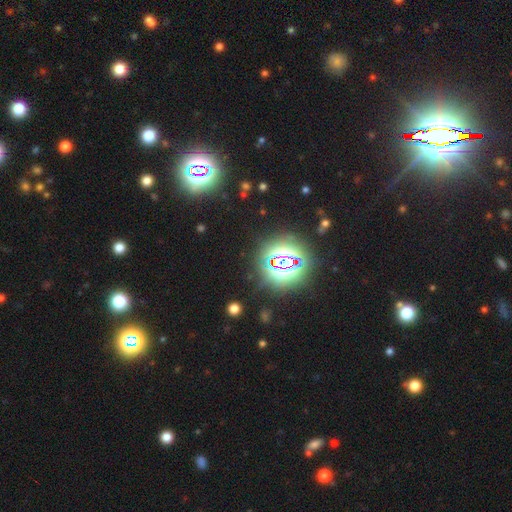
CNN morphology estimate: This is likely a star or artifact rather than a galaxy (79%).